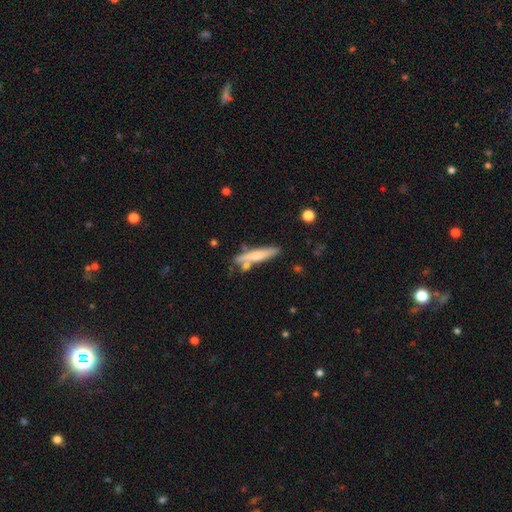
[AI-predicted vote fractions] Overall: smooth (59%; featured or disk 35%). How rounded: cigar-shaped (88%). Merging: none (67%).